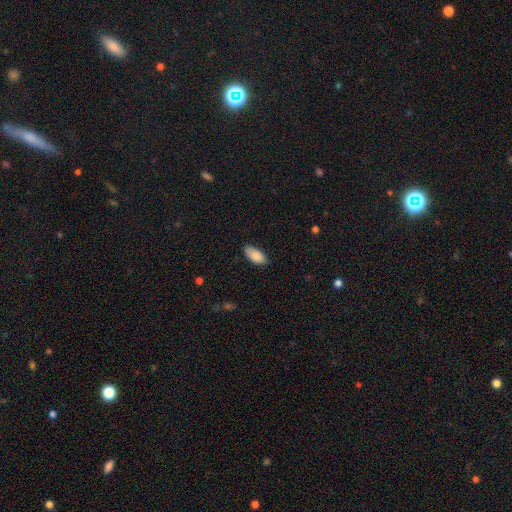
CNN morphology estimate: smooth-or-featured: smooth: 87% | featured or disk: 7% | star or artifact: 6%
  how-rounded: in between: 89% | cigar-shaped: 9% | round: 2%
  merging: none: 81% | minor disturbance: 15% | major disturbance: 2% | merger: 1%